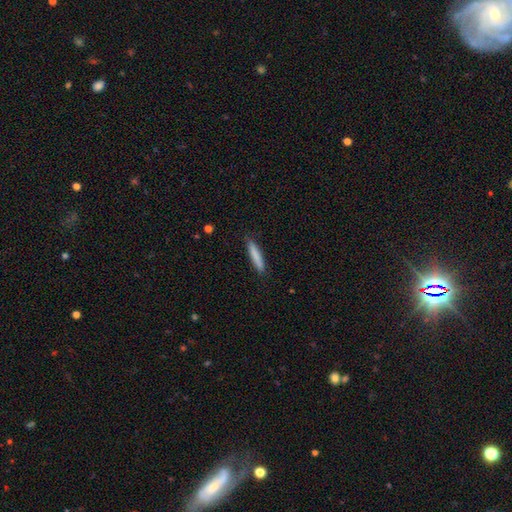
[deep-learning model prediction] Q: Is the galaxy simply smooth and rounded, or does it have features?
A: smooth — 82%.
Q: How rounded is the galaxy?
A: cigar-shaped — 90%.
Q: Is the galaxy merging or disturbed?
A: none — 86%.